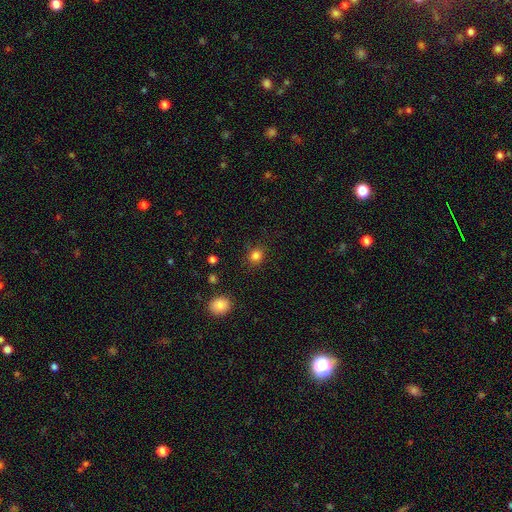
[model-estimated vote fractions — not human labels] Overall: smooth (83%). How rounded: round (74%). Merging: none (84%).